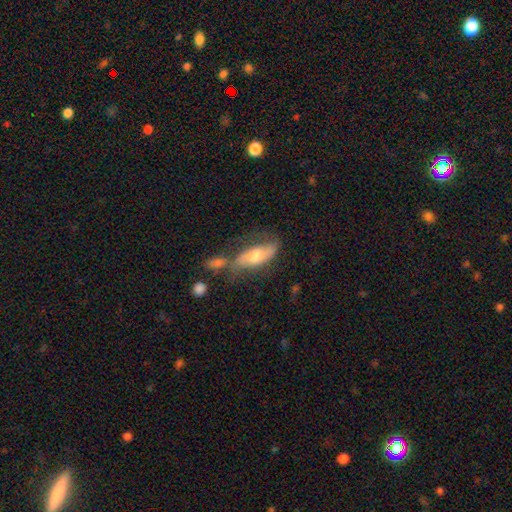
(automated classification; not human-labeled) smooth_or_featured: featured or disk (p=0.49) [alt: smooth p=0.43]
merging: none (p=0.42) [alt: minor disturbance p=0.23]